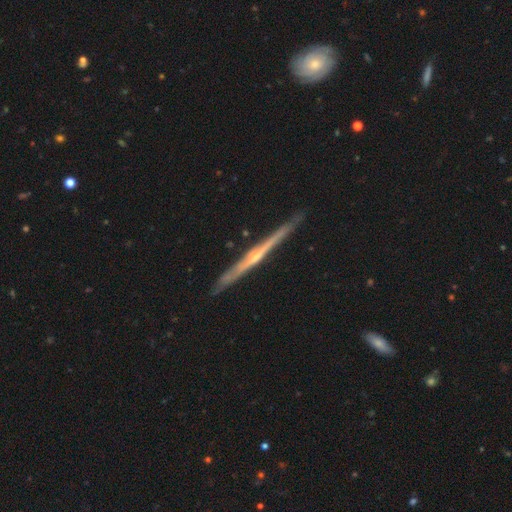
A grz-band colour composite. It shows a featured or disk galaxy (84%) viewed edge-on (97%) with a rounded central bulge (47%). Merging: none (81%).